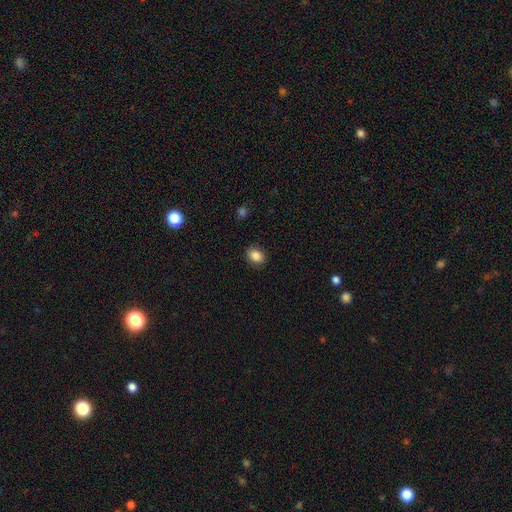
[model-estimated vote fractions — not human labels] smooth 87%, star or artifact 9%, featured or disk 4%. Down the decision tree: how rounded — in between (58%); merging — none (88%).